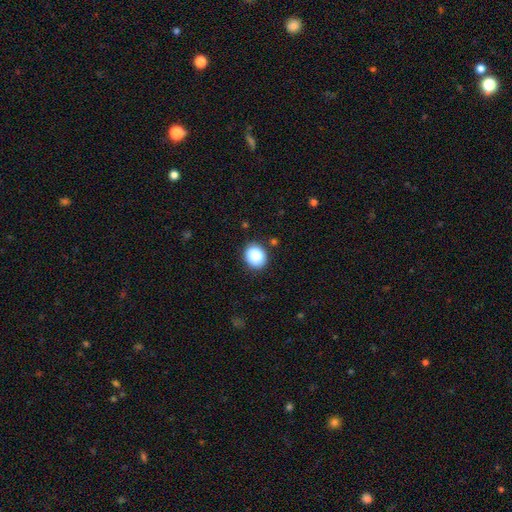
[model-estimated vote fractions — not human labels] The model was most divided on "how rounded": round: 59%, in between: 40%, cigar-shaped: 1%. More confident: smooth or featured — smooth (87%); merging — none (87%).